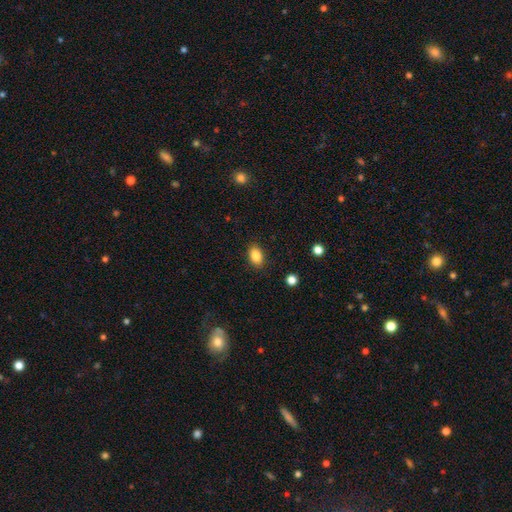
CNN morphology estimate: This appears to be a smooth galaxy with no disk features (87%) that is in between round and cigar-shaped (86%). Merging: none (88%).